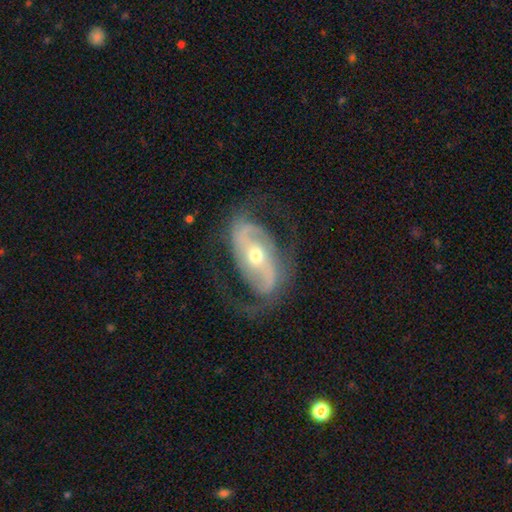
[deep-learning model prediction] Morphology: type=featured or disk (87%); edge-on=no (95%); bar=strong (41%); spiral arms=yes (93%); winding=medium (46%); arm count=2 (89%); bulge=moderate (60%); merging=none (71%).